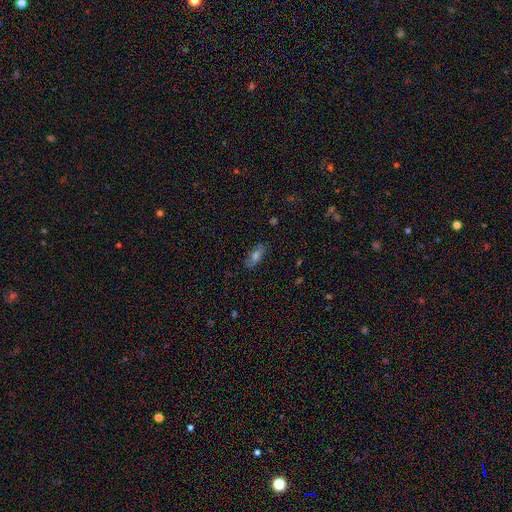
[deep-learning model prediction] Overall: smooth (56%; featured or disk 27%). How rounded: in between (73%). Merging: none (84%).